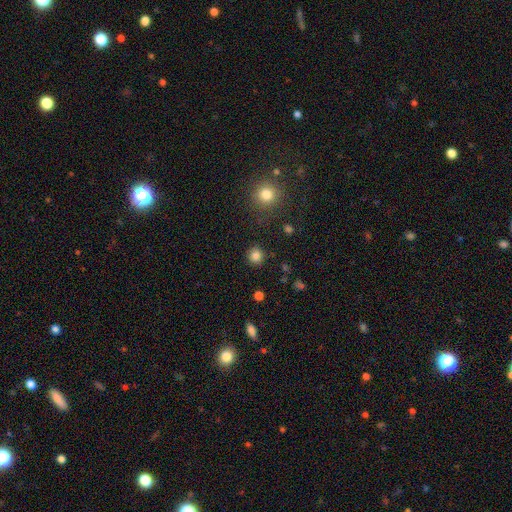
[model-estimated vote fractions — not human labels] Overall: smooth (84%). How rounded: round (91%). Merging: none (89%).